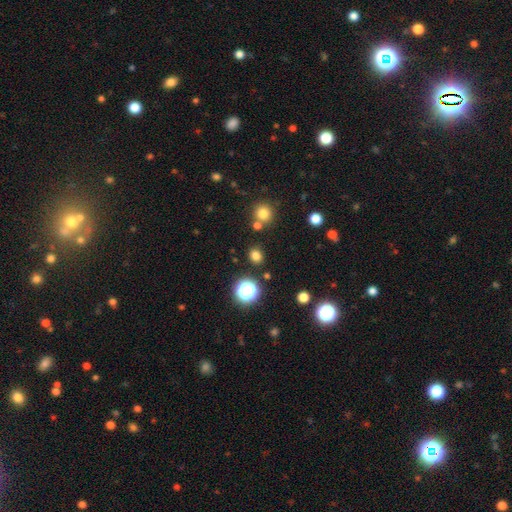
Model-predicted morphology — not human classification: This is likely a smooth galaxy (75%). How rounded: likely round (67%). Merging: clearly none (83%).